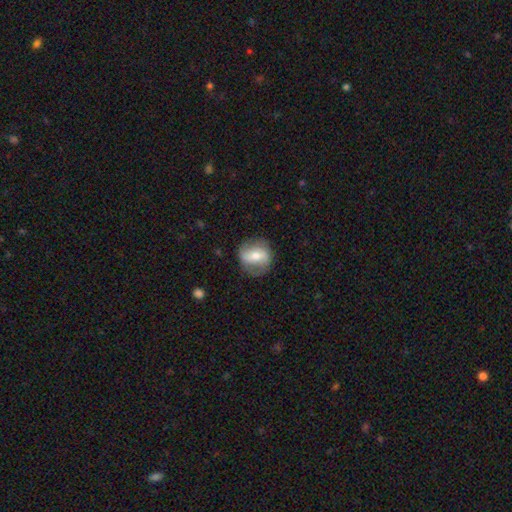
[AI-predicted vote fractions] A featured or disk galaxy (52%). Merging: none (76%).